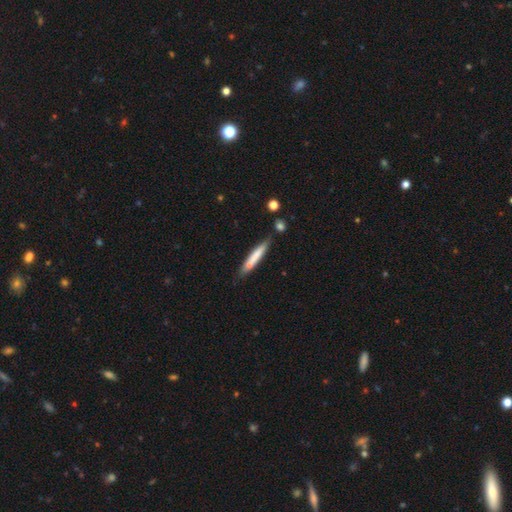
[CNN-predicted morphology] Smooth or featured?
  - smooth: 68% *
  - featured or disk: 27%
  - star or artifact: 6%
How rounded?
  - cigar-shaped: 93% *
  - in between: 6%
  - round: 1%
Merging?
  - none: 74% *
  - minor disturbance: 16%
  - merger: 7%
  - major disturbance: 3%